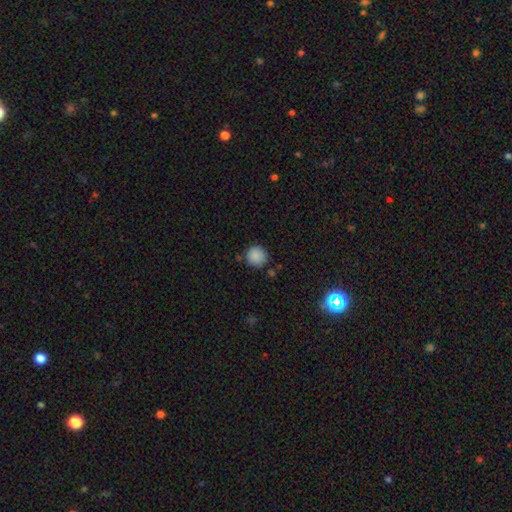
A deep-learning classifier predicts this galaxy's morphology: The model was most divided on "merging": none: 83%, minor disturbance: 11%, merger: 4%, major disturbance: 3%. More confident: how rounded — round (94%); smooth or featured — smooth (87%).